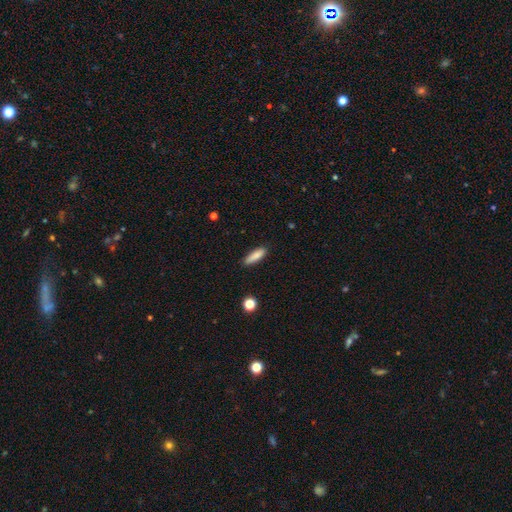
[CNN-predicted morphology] This is clearly a smooth galaxy (85%). How rounded: likely cigar-shaped (63%). Merging: clearly none (85%).